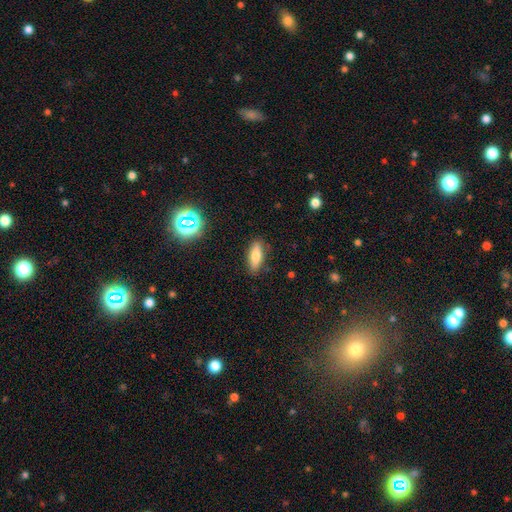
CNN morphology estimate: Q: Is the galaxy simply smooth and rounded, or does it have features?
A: smooth — 72%.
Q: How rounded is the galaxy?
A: in between — 61%.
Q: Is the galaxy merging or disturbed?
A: none — 86%.